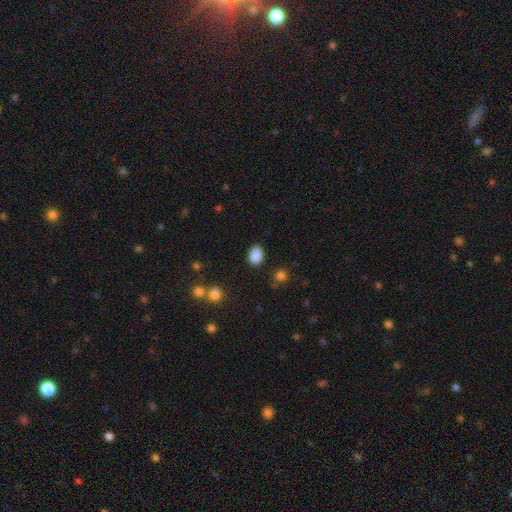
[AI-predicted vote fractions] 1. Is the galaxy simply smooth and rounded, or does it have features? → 87% smooth, 9% star or artifact, 4% featured or disk.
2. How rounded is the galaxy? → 78% in between, 21% round, 1% cigar-shaped.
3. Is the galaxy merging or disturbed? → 80% none, 14% minor disturbance, 4% major disturbance, 3% merger.